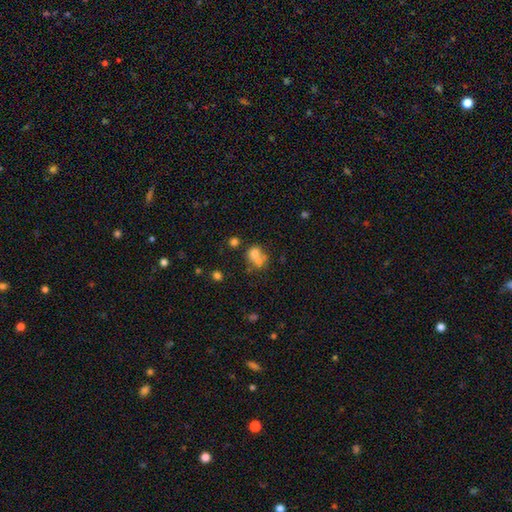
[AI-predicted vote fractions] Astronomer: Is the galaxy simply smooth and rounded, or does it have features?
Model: smooth — 68%.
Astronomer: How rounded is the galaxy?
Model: round — 67%.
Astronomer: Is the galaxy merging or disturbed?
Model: merger — 52% (runner-up: none, 33%).